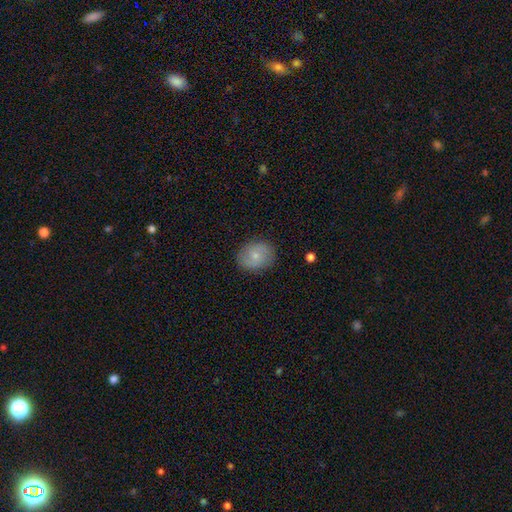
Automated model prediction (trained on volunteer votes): smooth-or-featured: featured or disk: 47% | smooth: 45% | star or artifact: 8%
  merging: none: 85% | minor disturbance: 11% | major disturbance: 3% | merger: 1%